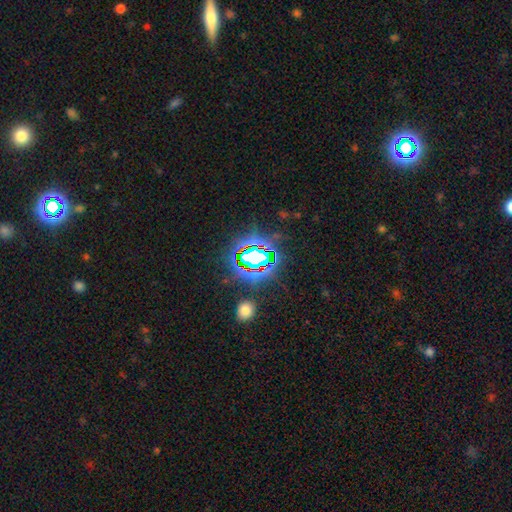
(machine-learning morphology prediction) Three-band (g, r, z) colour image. It shows a star or artifact, not a galaxy (80%).